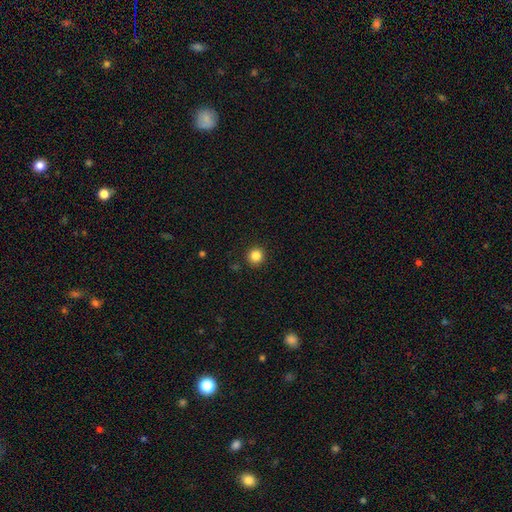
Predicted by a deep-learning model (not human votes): This is clearly a smooth galaxy (85%). How rounded: clearly round (95%). Merging: clearly none (92%).